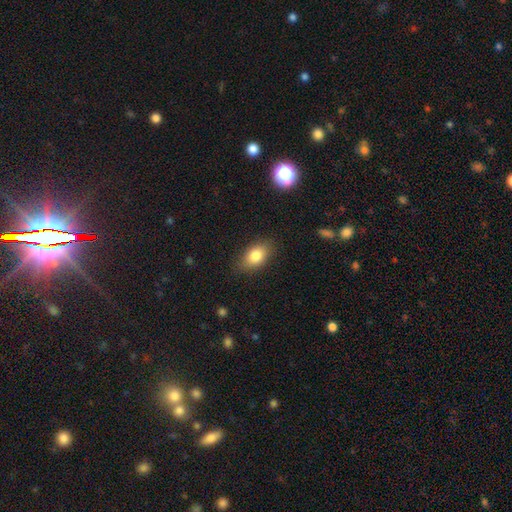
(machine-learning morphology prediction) This appears to be a smooth galaxy with no disk features (83%) that is in between round and cigar-shaped (87%). Merging: none (83%).